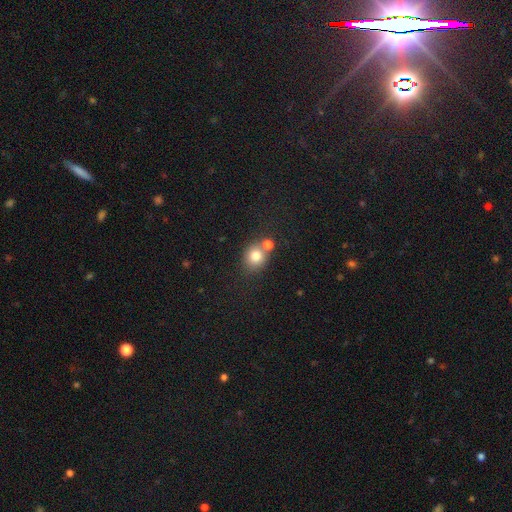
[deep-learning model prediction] Q: Smooth or featured?
A: smooth (79%); runner-up: star or artifact (11%)
Q: How rounded?
A: round (73%); runner-up: in between (26%)
Q: Merging?
A: none (56%); runner-up: merger (31%)